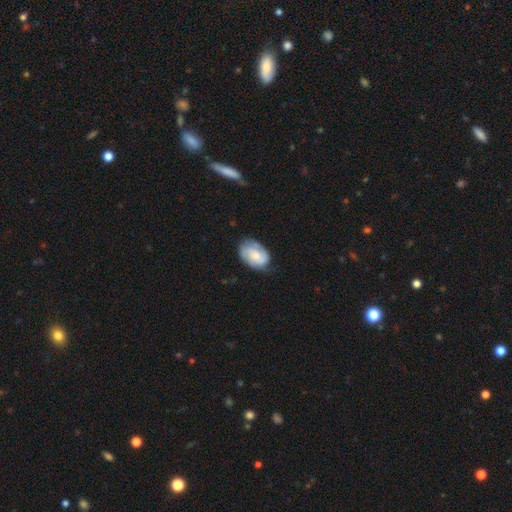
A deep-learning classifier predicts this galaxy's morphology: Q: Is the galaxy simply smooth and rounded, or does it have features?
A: smooth — 47%.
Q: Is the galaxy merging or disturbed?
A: none — 61%.